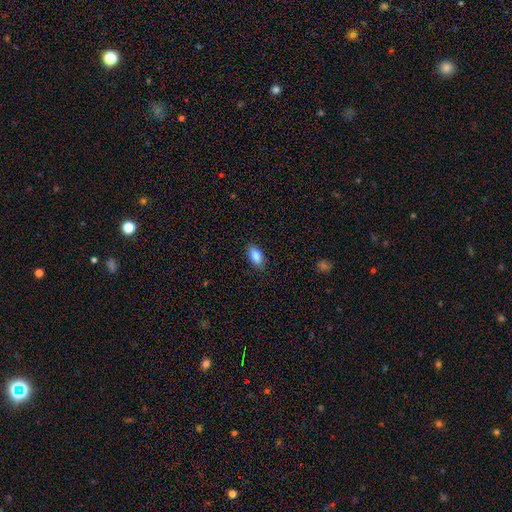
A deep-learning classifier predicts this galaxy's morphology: Smooth or featured: smooth — 88% (star or artifact — 7%)
How rounded: in between — 92% (round — 4%)
Merging: none — 86% (minor disturbance — 10%)